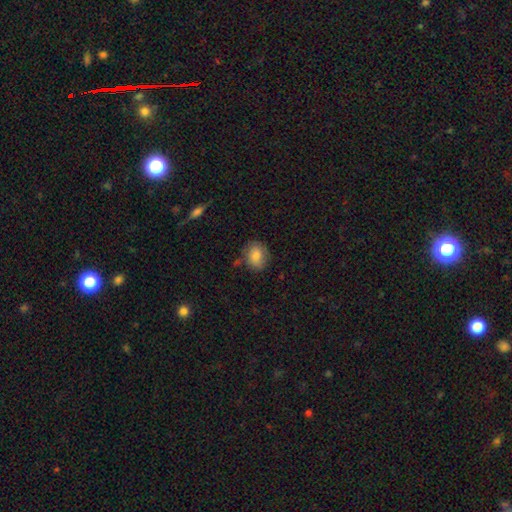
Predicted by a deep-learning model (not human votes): Smooth or featured? smooth (81%)
How rounded? round (51%)
Merging? none (73%)